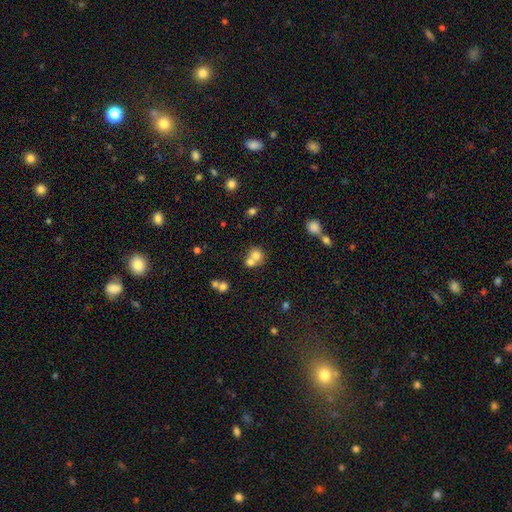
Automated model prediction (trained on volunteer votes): This appears to be a smooth galaxy with no disk features (72%) that is round (81%). Merging: merger (55%).